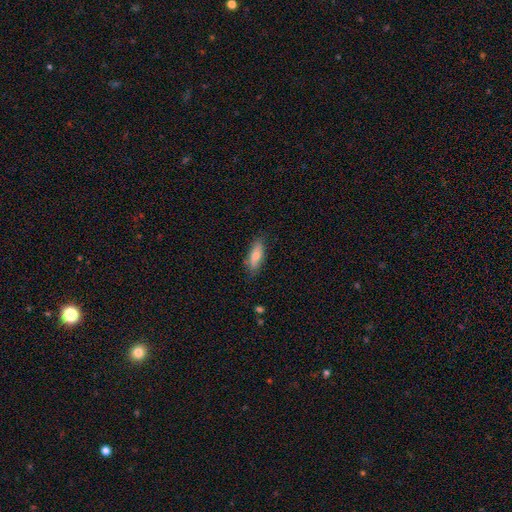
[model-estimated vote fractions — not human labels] smooth_or_featured: smooth (p=0.76) [alt: featured or disk p=0.18]
how_rounded: in between (p=0.60) [alt: cigar-shaped p=0.38]
merging: none (p=0.79) [alt: minor disturbance p=0.16]